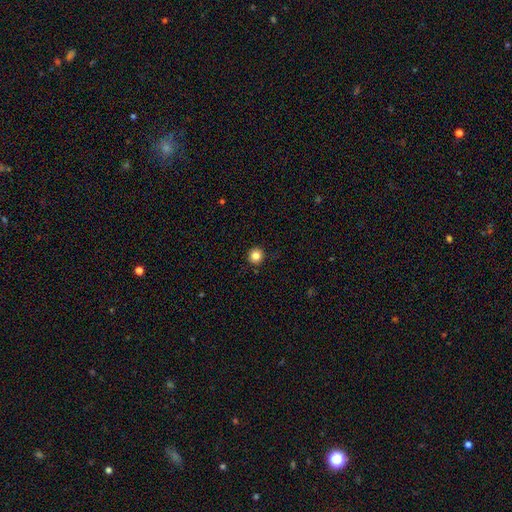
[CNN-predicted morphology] Smooth or featured? smooth (84%)
How rounded? round (94%)
Merging? none (91%)